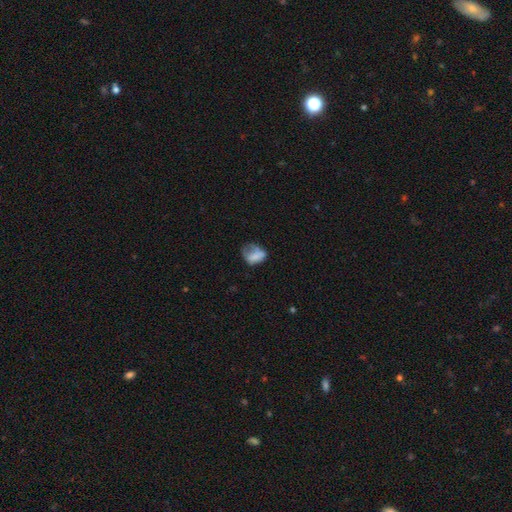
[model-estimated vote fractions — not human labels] Smooth or featured? Predicted: smooth (p=0.69). How rounded? Predicted: in between (p=0.69). Merging? Predicted: major disturbance (p=0.33).